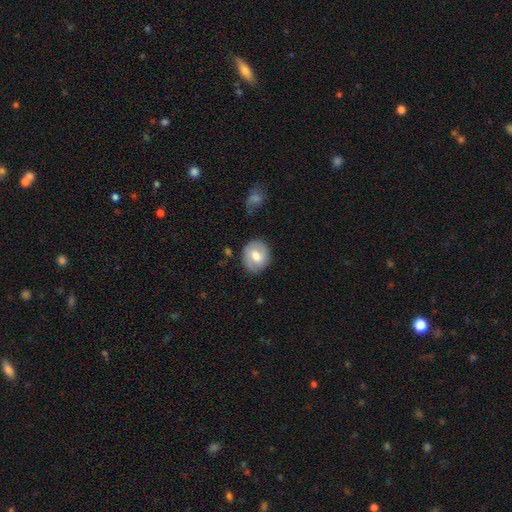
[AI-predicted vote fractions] Smooth or featured?
  - smooth: 61% *
  - featured or disk: 33%
  - star or artifact: 7%
How rounded?
  - round: 72% *
  - in between: 27%
  - cigar-shaped: 1%
Merging?
  - none: 81% *
  - minor disturbance: 14%
  - major disturbance: 4%
  - merger: 2%